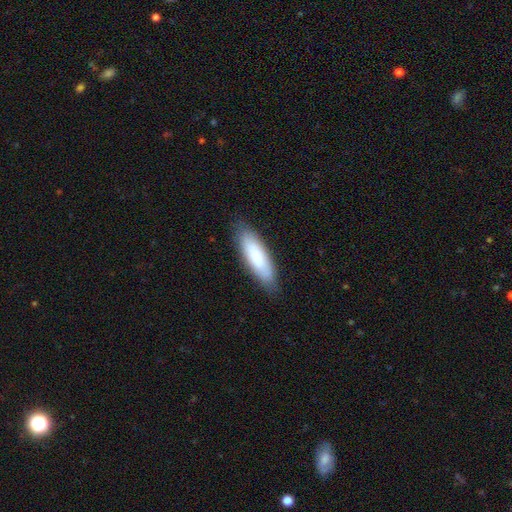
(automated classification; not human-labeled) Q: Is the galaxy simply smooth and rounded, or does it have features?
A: smooth — 81%.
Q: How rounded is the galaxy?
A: cigar-shaped — 50%.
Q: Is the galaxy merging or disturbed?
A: none — 85%.